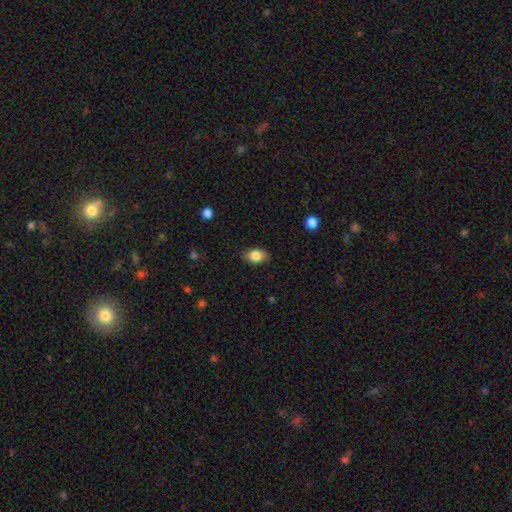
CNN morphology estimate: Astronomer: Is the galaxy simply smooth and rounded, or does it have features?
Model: smooth — 83%.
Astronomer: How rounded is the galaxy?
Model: in between — 83%.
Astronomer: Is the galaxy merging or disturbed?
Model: none — 84%.